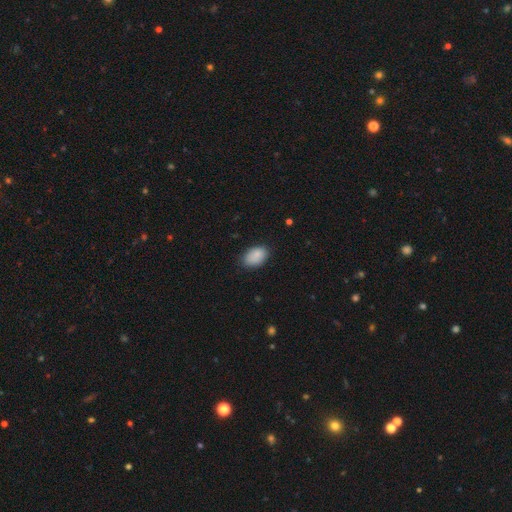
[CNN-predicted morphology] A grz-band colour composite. It shows a smooth galaxy with no disk features (88%) that is in between round and cigar-shaped (88%). Merging: none (79%).